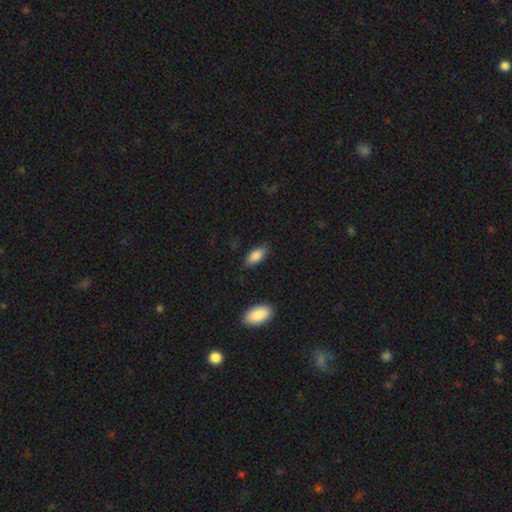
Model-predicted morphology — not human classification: A smooth galaxy with no disk features (86%) that is in between round and cigar-shaped (88%).

Vote fractions:
- Smooth or featured? smooth: 86% / featured or disk: 7% / star or artifact: 7%
- How rounded? in between: 88% / cigar-shaped: 9% / round: 3%
- Merging? none: 81% / minor disturbance: 14% / major disturbance: 3% / merger: 2%